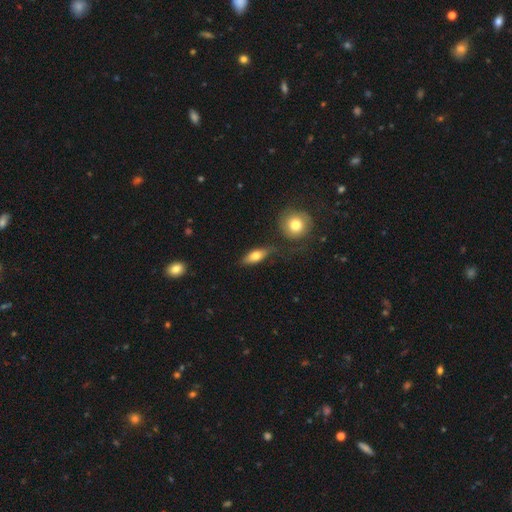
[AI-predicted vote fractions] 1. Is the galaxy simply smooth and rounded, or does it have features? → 70% smooth, 23% featured or disk, 7% star or artifact.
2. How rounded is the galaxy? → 73% in between, 20% cigar-shaped, 7% round.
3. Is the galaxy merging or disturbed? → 66% none, 18% minor disturbance, 9% merger, 7% major disturbance.